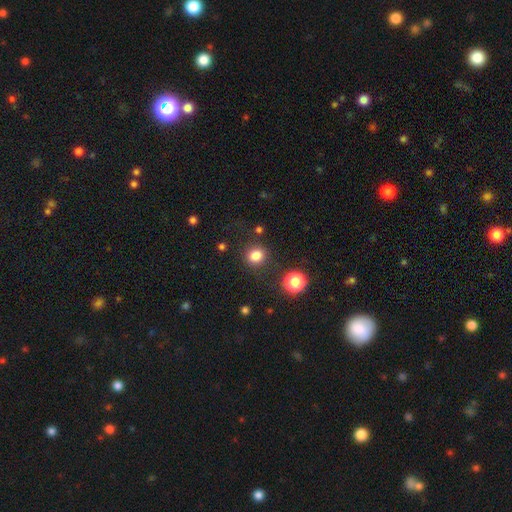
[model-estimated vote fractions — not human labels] This appears to be a smooth galaxy with no disk features (82%) that is round (77%). Merging: none (83%).